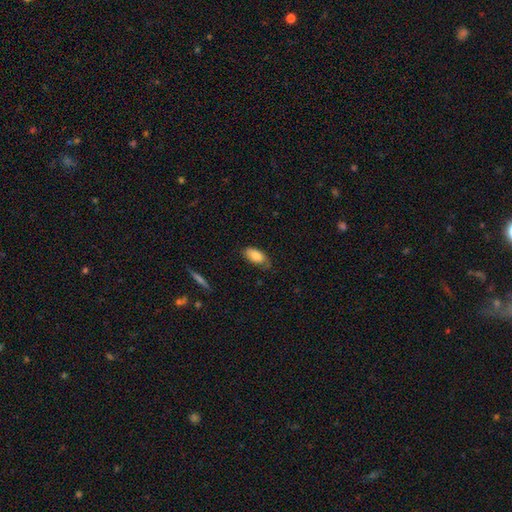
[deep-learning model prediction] The model was most divided on "merging": none: 60%, minor disturbance: 30%, major disturbance: 8%, merger: 1%. More confident: how rounded — in between (91%); smooth or featured — smooth (79%).